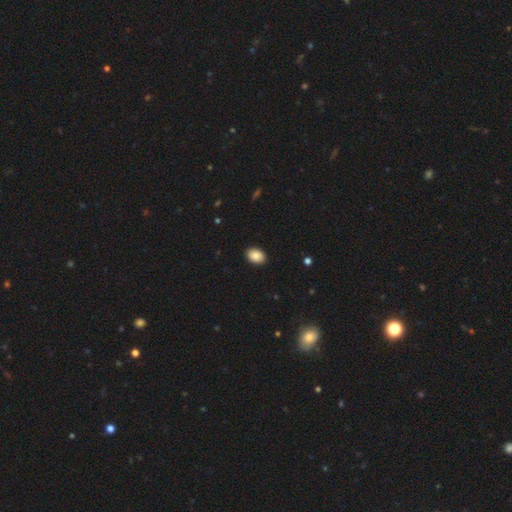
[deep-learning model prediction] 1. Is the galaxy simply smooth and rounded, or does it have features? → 88% smooth, 8% star or artifact, 4% featured or disk.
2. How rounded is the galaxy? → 82% in between, 17% round, 1% cigar-shaped.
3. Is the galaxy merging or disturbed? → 91% none, 6% minor disturbance, 2% major disturbance, 1% merger.